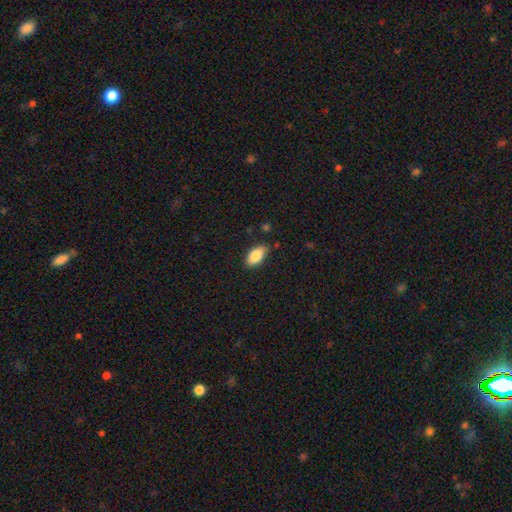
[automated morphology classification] smooth_or_featured: smooth (p=0.84) [alt: featured or disk p=0.09]
how_rounded: in between (p=0.93) [alt: cigar-shaped p=0.04]
merging: none (p=0.83) [alt: minor disturbance p=0.13]